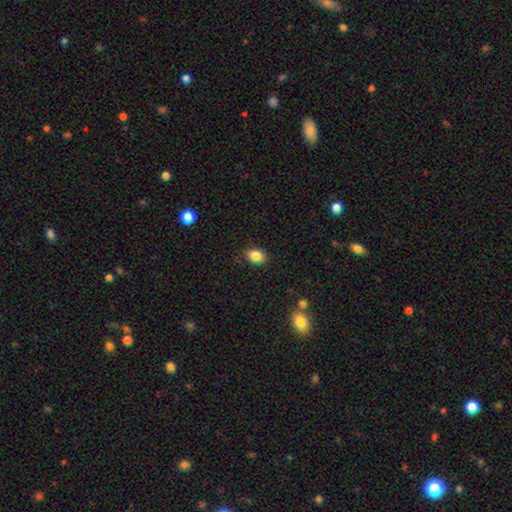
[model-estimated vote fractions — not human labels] This appears to be a smooth galaxy with no disk features (86%) that is in between round and cigar-shaped (71%). Merging: none (83%).